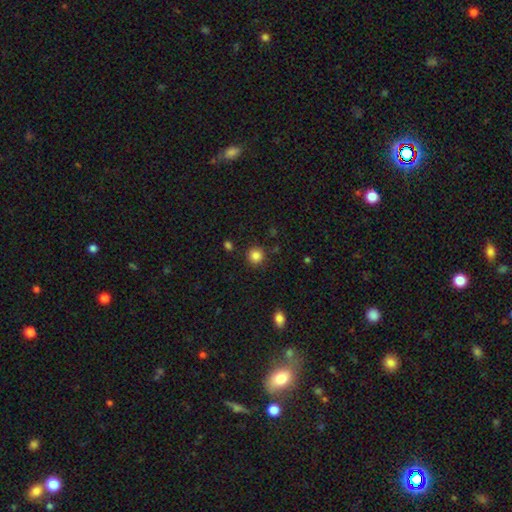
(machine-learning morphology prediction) Q: Smooth or featured?
A: smooth (86%); runner-up: star or artifact (11%)
Q: How rounded?
A: round (93%); runner-up: in between (6%)
Q: Merging?
A: none (89%); runner-up: minor disturbance (7%)